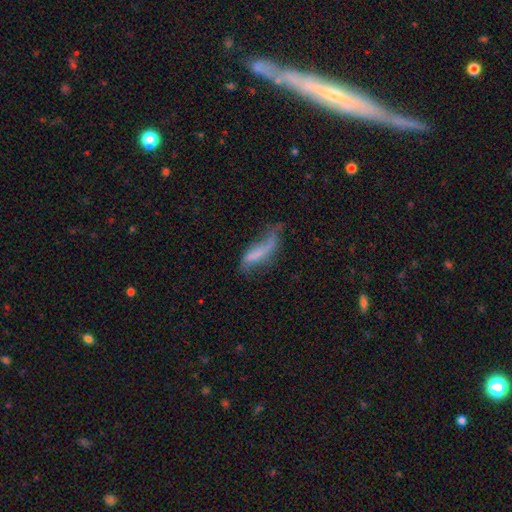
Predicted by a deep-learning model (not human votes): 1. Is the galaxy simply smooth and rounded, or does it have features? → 48% smooth, 41% featured or disk, 10% star or artifact.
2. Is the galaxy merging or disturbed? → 34% major disturbance, 30% minor disturbance, 29% none, 6% merger.